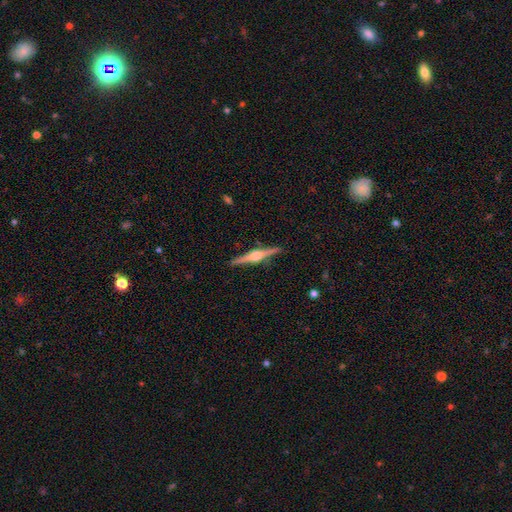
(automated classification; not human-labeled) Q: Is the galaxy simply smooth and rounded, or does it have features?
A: featured or disk — 82%.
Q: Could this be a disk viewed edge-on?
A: yes — 99%.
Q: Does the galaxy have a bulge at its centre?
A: rounded — 90%.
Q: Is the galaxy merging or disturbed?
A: none — 92%.